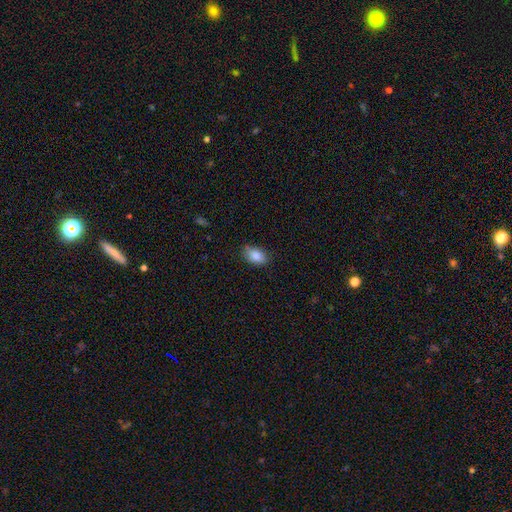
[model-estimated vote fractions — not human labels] smooth-or-featured: smooth: 88% | star or artifact: 8% | featured or disk: 4%
  how-rounded: in between: 89% | round: 10% | cigar-shaped: 2%
  merging: none: 81% | minor disturbance: 15% | major disturbance: 3% | merger: 1%